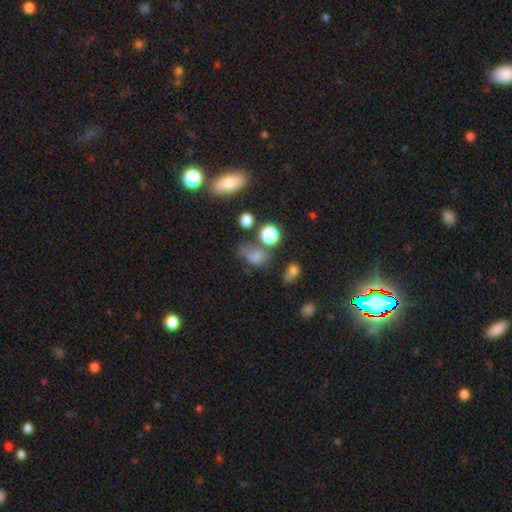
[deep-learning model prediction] This is likely a smooth galaxy (64%). How rounded: likely in between (65%). Merging: marginally none (37%).